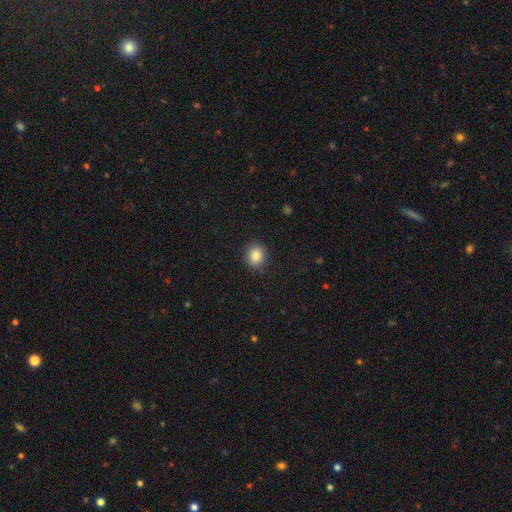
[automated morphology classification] Q: Smooth or featured?
A: smooth (86%); runner-up: star or artifact (9%)
Q: How rounded?
A: round (68%); runner-up: in between (31%)
Q: Merging?
A: none (87%); runner-up: minor disturbance (9%)